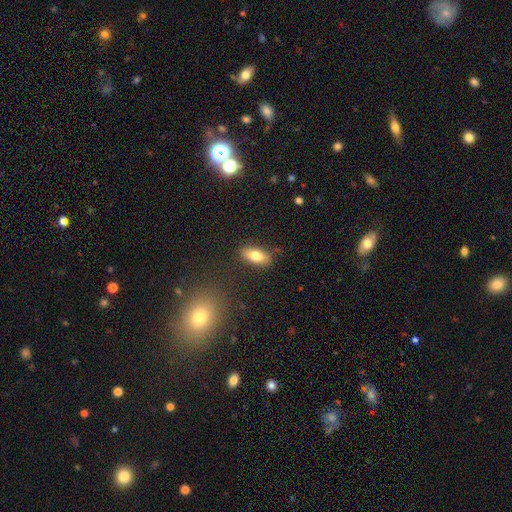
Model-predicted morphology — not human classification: A smooth galaxy with no disk features (76%) that is in between round and cigar-shaped (82%).

Vote fractions:
- Smooth or featured? smooth: 76% / featured or disk: 17% / star or artifact: 8%
- How rounded? in between: 82% / cigar-shaped: 15% / round: 3%
- Merging? none: 85% / minor disturbance: 10% / major disturbance: 3% / merger: 2%